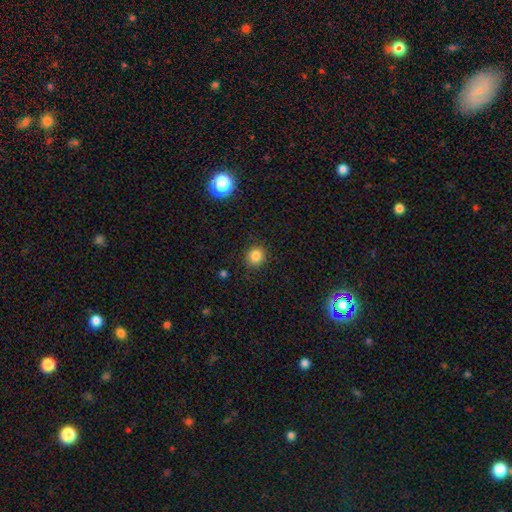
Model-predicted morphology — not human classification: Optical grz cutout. It shows a smooth galaxy with no disk features (83%) that is round (86%). Merging: none (90%).